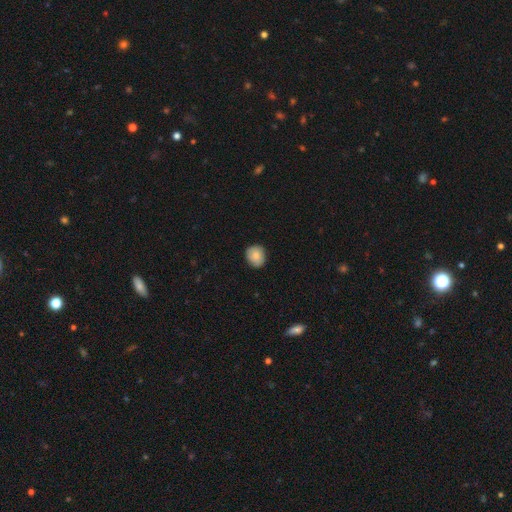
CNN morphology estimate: The model was most divided on "how rounded": round: 77%, in between: 22%, cigar-shaped: 1%. More confident: merging — none (85%); smooth or featured — smooth (83%).